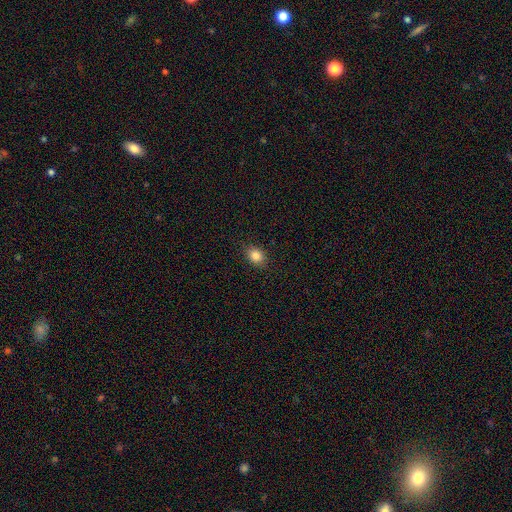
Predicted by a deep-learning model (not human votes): A smooth galaxy with no disk features (84%) that is in between round and cigar-shaped (57%).

Vote fractions:
- Smooth or featured? smooth: 84% / star or artifact: 10% / featured or disk: 6%
- How rounded? in between: 57% / round: 42% / cigar-shaped: 1%
- Merging? none: 88% / minor disturbance: 9% / major disturbance: 2% / merger: 1%